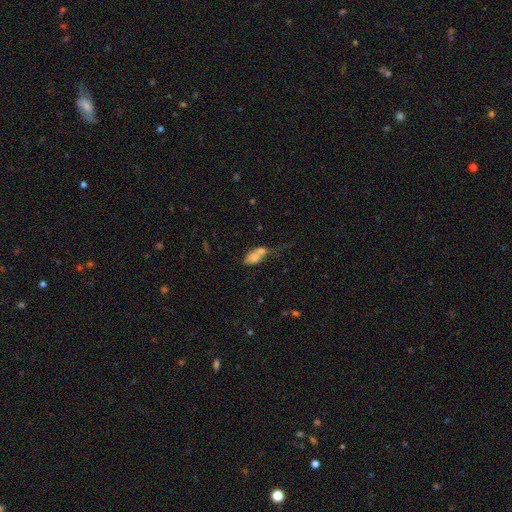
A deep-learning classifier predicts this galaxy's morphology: smooth_or_featured: smooth (p=0.70) [alt: featured or disk p=0.20]
how_rounded: in between (p=0.81) [alt: cigar-shaped p=0.11]
merging: merger (p=0.51) [alt: none p=0.20]